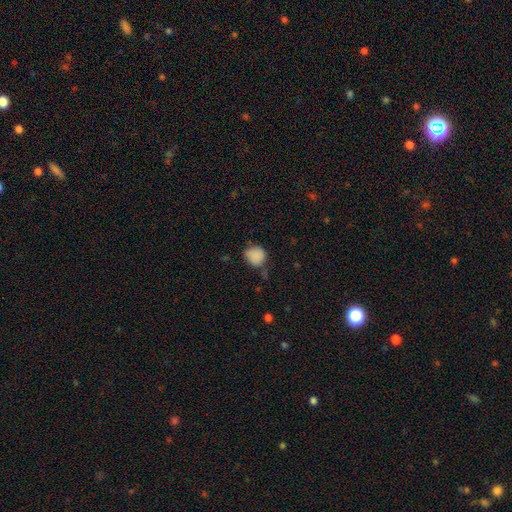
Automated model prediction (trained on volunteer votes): The model was most divided on "merging": none: 58%, minor disturbance: 30%, major disturbance: 8%, merger: 4%. More confident: smooth or featured — smooth (85%); how rounded — round (76%).